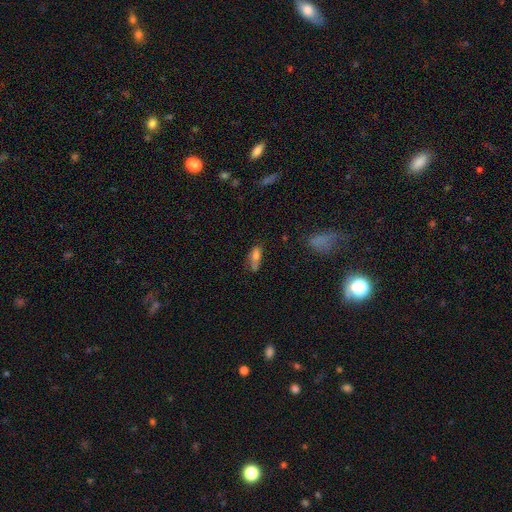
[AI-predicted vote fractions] Smooth or featured? smooth (74%)
How rounded? in between (71%)
Merging? none (45%)